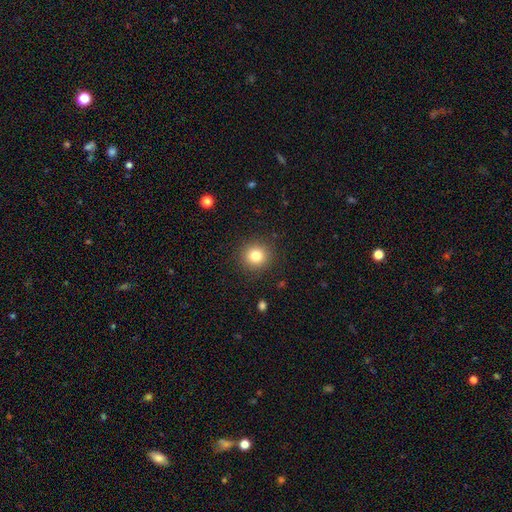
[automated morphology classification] This is clearly a smooth galaxy (81%). How rounded: clearly round (93%). Merging: clearly none (90%).